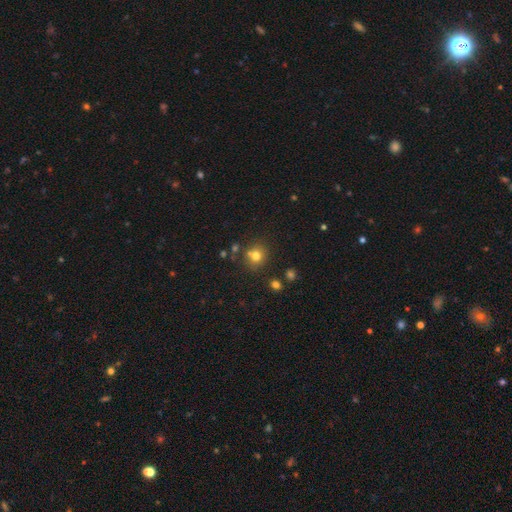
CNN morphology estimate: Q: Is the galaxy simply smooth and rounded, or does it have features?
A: smooth — 74%.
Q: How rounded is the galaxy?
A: round — 84%.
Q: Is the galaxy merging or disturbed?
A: none — 72%.